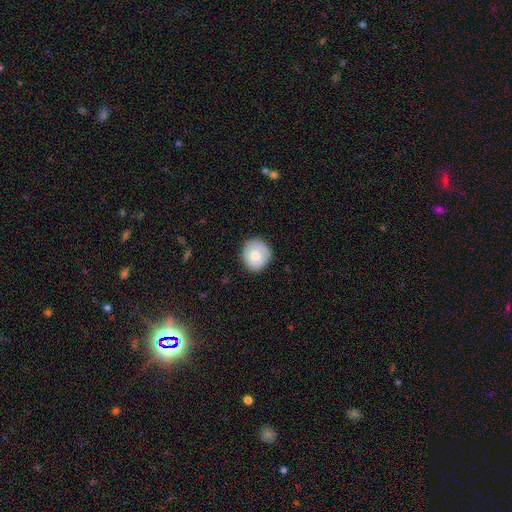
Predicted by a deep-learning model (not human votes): Overall: smooth (76%). How rounded: round (88%). Merging: none (79%).